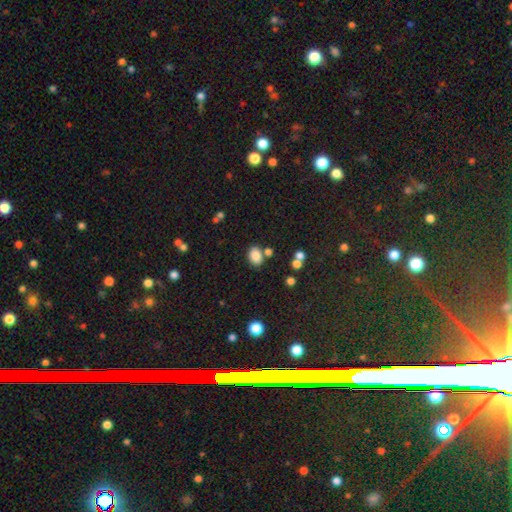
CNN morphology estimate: Overall: smooth (84%). How rounded: in between (77%). Merging: none (72%).